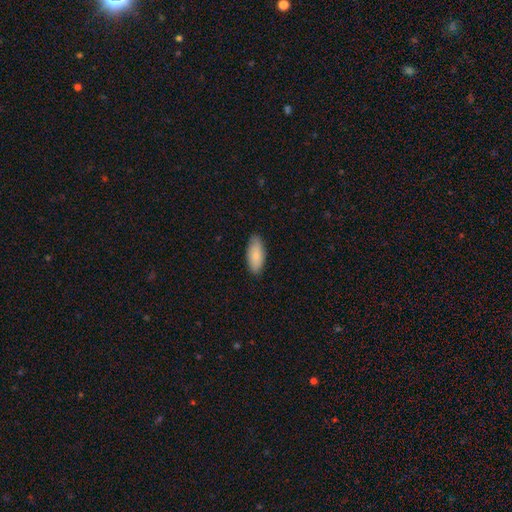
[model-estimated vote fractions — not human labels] Q: Smooth or featured?
A: smooth (84%); runner-up: featured or disk (10%)
Q: How rounded?
A: in between (86%); runner-up: cigar-shaped (12%)
Q: Merging?
A: none (85%); runner-up: minor disturbance (12%)